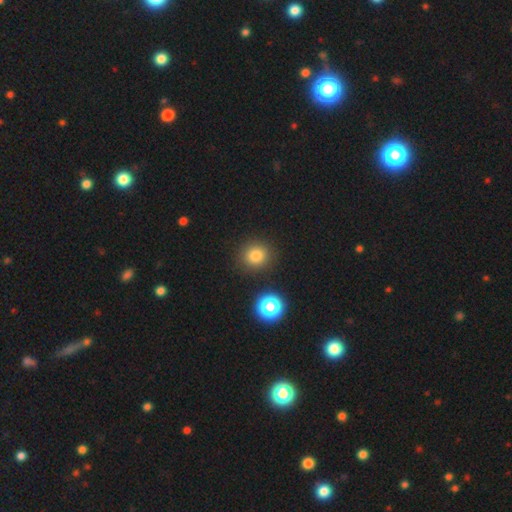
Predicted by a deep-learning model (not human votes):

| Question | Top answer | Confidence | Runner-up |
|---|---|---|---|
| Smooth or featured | smooth | 80% | star or artifact (14%) |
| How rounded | round | 88% | in between (11%) |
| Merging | none | 88% | minor disturbance (7%) |